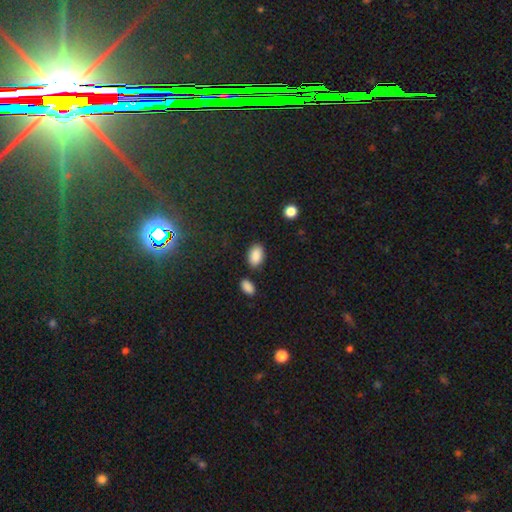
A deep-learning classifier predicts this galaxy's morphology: Q: Smooth or featured?
A: smooth (89%); runner-up: star or artifact (7%)
Q: How rounded?
A: in between (91%); runner-up: round (7%)
Q: Merging?
A: none (79%); runner-up: minor disturbance (12%)